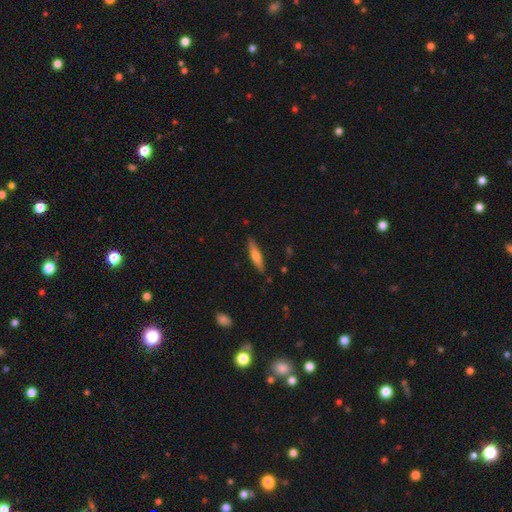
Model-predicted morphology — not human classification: Smooth or featured: smooth — 56% (featured or disk — 38%)
How rounded: cigar-shaped — 83% (in between — 15%)
Merging: none — 86% (minor disturbance — 11%)